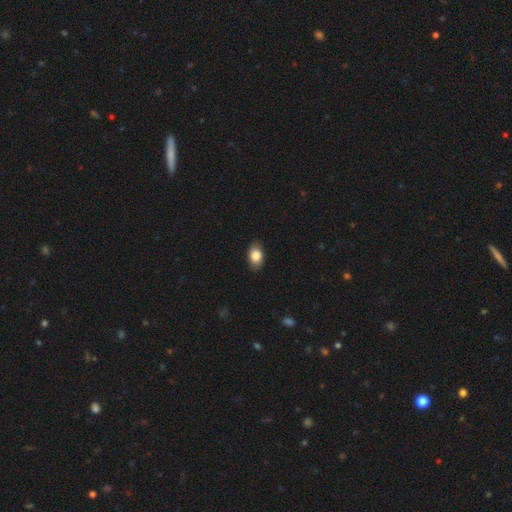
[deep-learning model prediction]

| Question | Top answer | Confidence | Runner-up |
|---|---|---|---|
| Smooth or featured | smooth | 83% | featured or disk (9%) |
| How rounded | in between | 87% | round (11%) |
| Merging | none | 86% | minor disturbance (11%) |